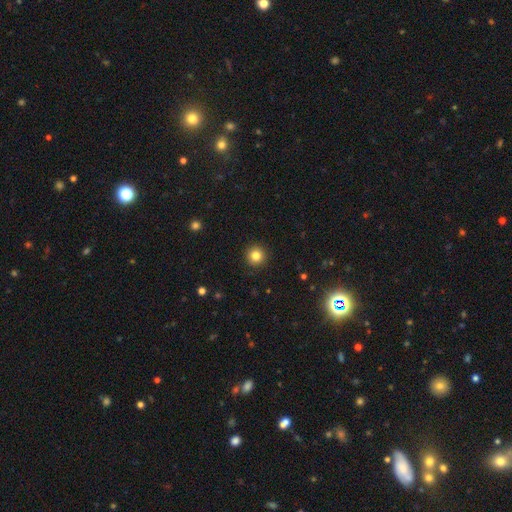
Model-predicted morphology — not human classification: smooth 82%, star or artifact 12%, featured or disk 6%. Down the decision tree: how rounded — round (95%); merging — none (92%).